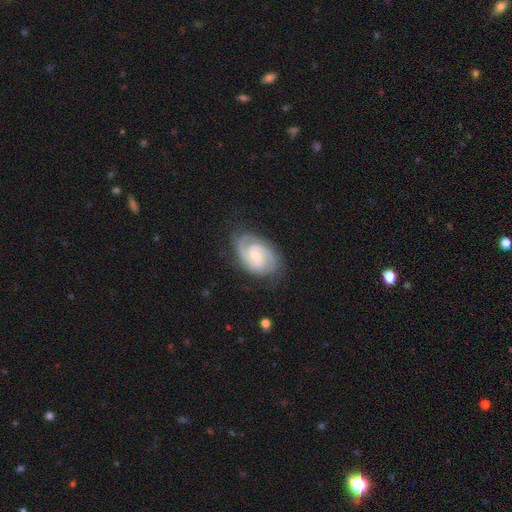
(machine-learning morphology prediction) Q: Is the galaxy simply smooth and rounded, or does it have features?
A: featured or disk — 89%.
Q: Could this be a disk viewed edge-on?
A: no — 97%.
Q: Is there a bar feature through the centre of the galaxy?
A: weak — 55%.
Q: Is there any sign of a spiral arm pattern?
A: yes — 98%.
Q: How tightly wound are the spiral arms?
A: tight — 54%.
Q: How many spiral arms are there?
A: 2 — 85%.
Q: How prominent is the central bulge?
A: small — 48%.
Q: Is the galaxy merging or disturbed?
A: none — 78%.